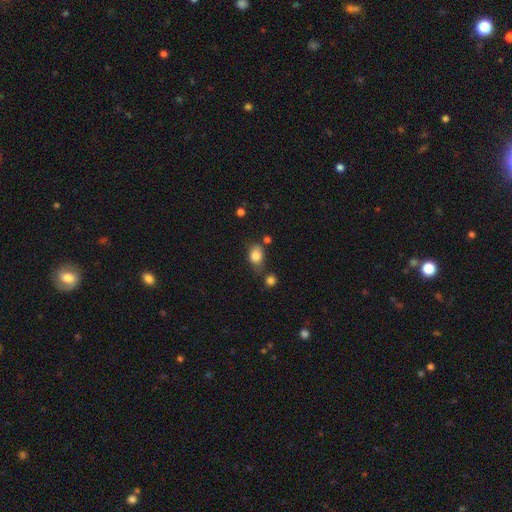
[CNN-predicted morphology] Overall: smooth (83%). How rounded: in between (69%). Merging: none (58%; minor disturbance 22%).